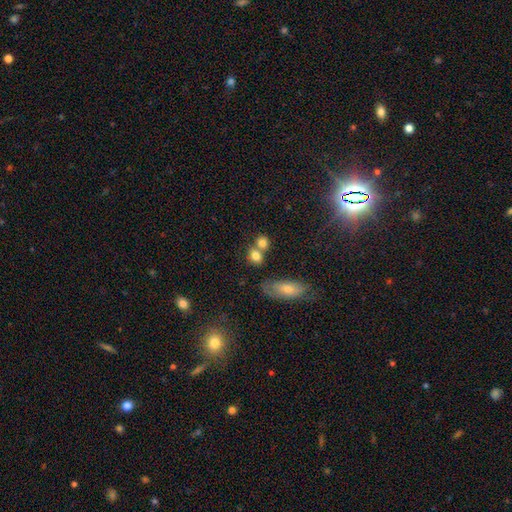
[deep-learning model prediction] A smooth galaxy with no disk features (79%) that is round (59%). Merging: none (44%).